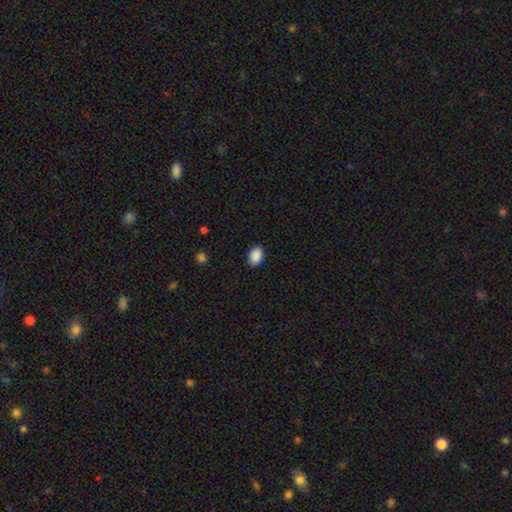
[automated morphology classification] A smooth galaxy with no disk features (90%) that is in between round and cigar-shaped (84%).

Vote fractions:
- Smooth or featured? smooth: 90% / star or artifact: 8% / featured or disk: 2%
- How rounded? in between: 84% / round: 15% / cigar-shaped: 1%
- Merging? none: 89% / minor disturbance: 8% / major disturbance: 2% / merger: 1%